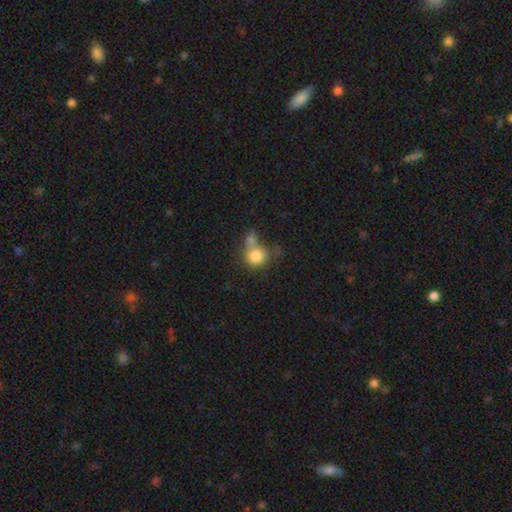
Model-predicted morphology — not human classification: Smooth or featured: smooth — 81% (featured or disk — 10%)
How rounded: round — 80% (in between — 19%)
Merging: merger — 47% (none — 34%)